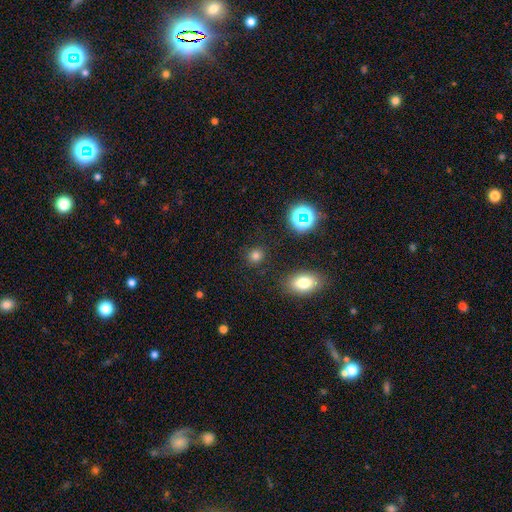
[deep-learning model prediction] The model was most divided on "how rounded": round: 76%, in between: 22%, cigar-shaped: 1%. More confident: merging — none (87%); smooth or featured — smooth (75%).